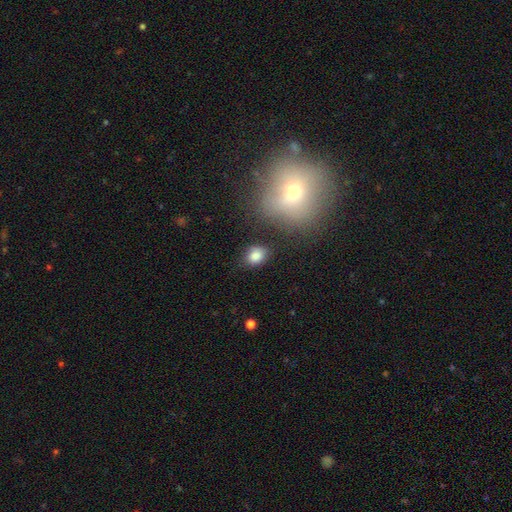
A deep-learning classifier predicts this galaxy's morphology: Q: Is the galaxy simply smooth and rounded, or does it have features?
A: smooth — 84%.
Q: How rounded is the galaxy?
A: in between — 52%.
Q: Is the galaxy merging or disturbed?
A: none — 74%.